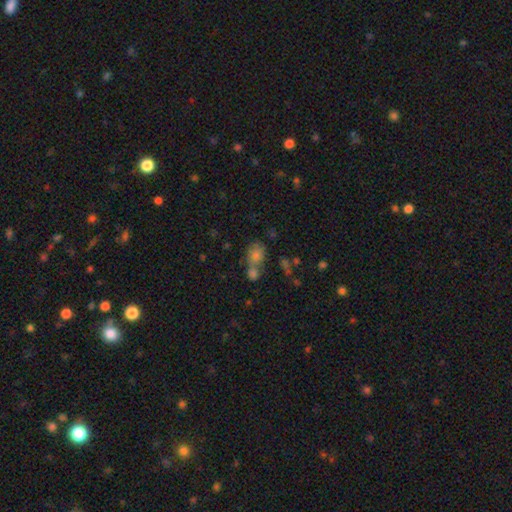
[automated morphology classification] smooth 67%, star or artifact 19%, featured or disk 14%. Down the decision tree: how rounded — in between (56%); merging — merger (43%).